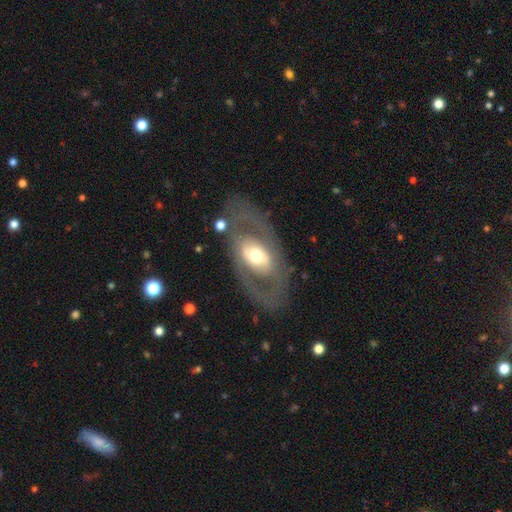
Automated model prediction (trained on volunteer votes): Smooth or featured? Predicted: featured or disk (p=0.69). Edge-on disk? Predicted: no (p=0.90). Bar? Predicted: no (p=0.55). Spiral arms? Predicted: no (p=0.62). Bulge size? Predicted: moderate (p=0.60). Merging? Predicted: none (p=0.75).